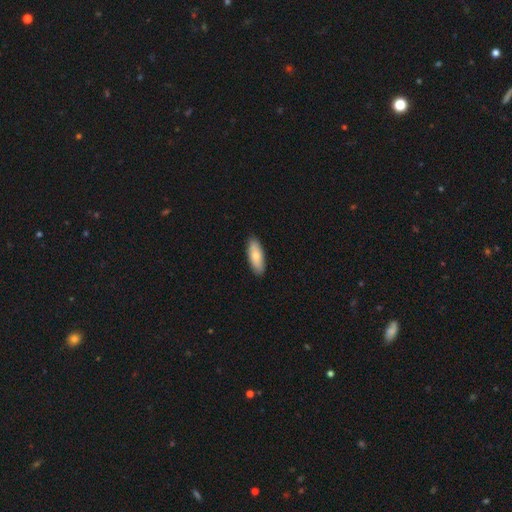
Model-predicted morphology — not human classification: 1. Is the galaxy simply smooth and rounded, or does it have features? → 78% smooth, 16% featured or disk, 5% star or artifact.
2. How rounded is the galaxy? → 73% in between, 25% cigar-shaped, 2% round.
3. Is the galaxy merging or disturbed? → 90% none, 7% minor disturbance, 1% major disturbance, 1% merger.